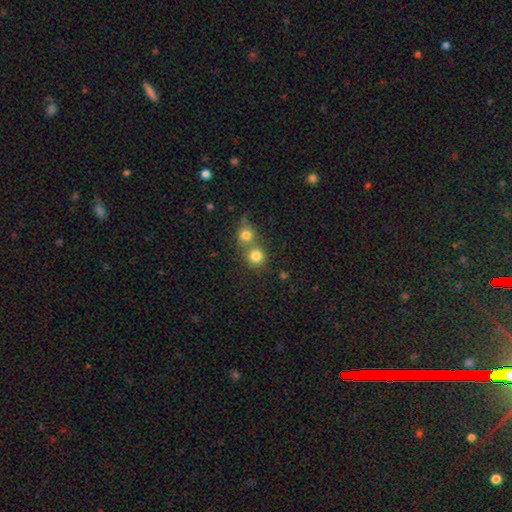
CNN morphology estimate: Overall: smooth (80%). How rounded: round (89%). Merging: none (48%; merger 44%).